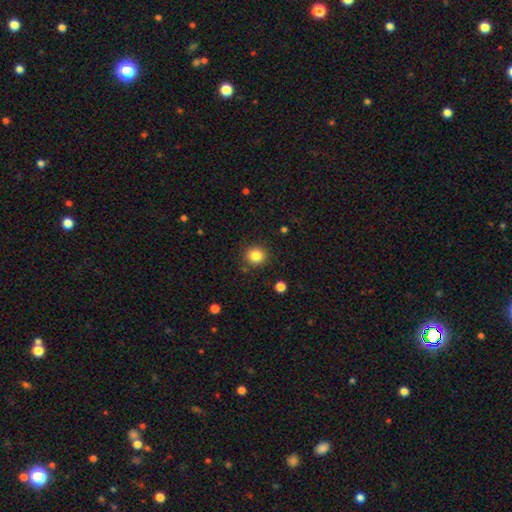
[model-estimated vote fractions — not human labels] A smooth galaxy with no disk features (84%) that is round (88%).

Vote fractions:
- Smooth or featured? smooth: 84% / star or artifact: 11% / featured or disk: 5%
- How rounded? round: 88% / in between: 11% / cigar-shaped: 1%
- Merging? none: 88% / minor disturbance: 7% / major disturbance: 3% / merger: 2%